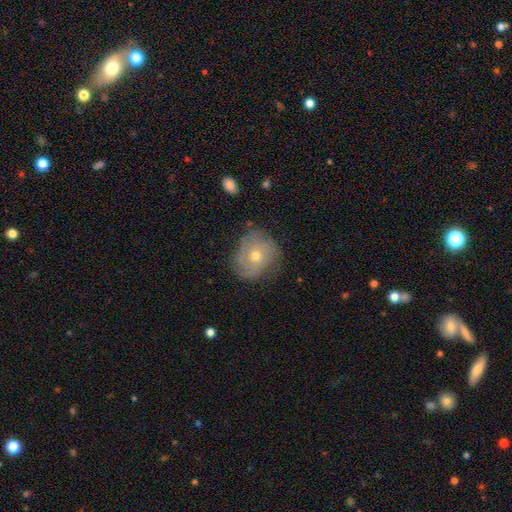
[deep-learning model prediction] This appears to be a featured or disk galaxy (68%) with no bar (83%), tight (54%) spiral arms (87%) and a moderate central bulge (52%). Merging: none (70%).